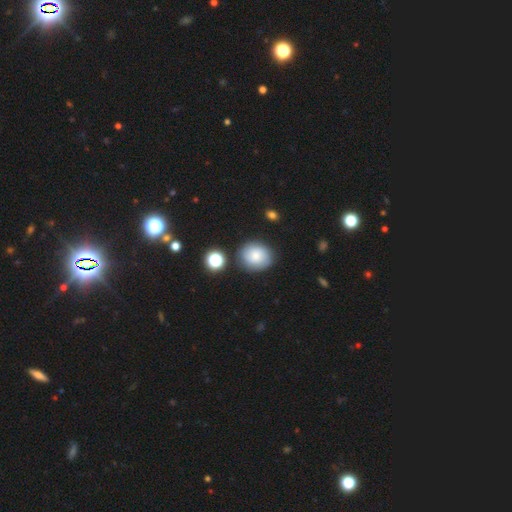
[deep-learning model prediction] The model was most divided on "smooth or featured": smooth: 70%, featured or disk: 20%, star or artifact: 10%. More confident: merging — none (79%); how rounded — round (78%).